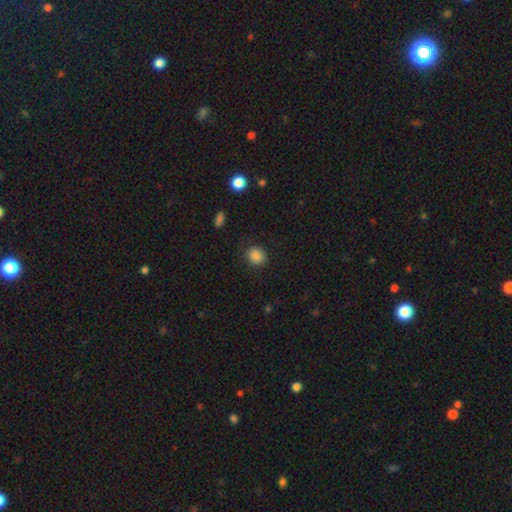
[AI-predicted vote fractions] Smooth or featured? Predicted: smooth (p=0.86). How rounded? Predicted: round (p=0.83). Merging? Predicted: none (p=0.86).